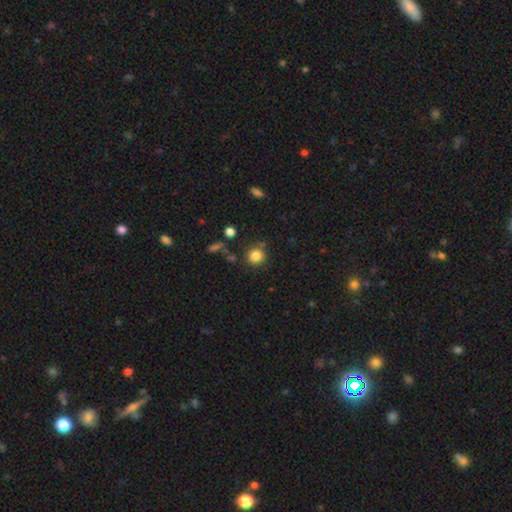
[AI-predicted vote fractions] A smooth galaxy with no disk features (84%) that is round (89%). Merging: none (78%).